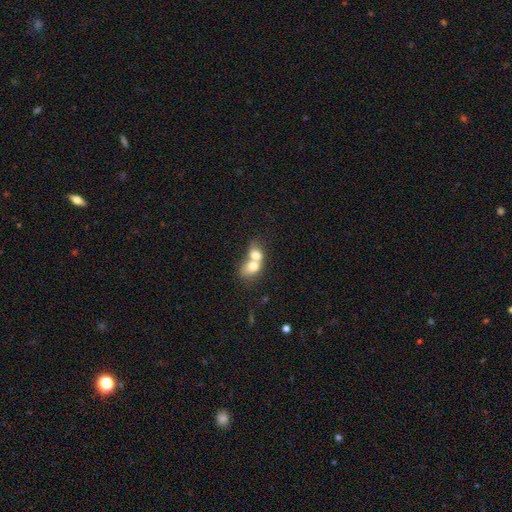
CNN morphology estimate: Smooth or featured? Predicted: smooth (p=0.69). How rounded? Predicted: in between (p=0.57). Merging? Predicted: merger (p=0.81).